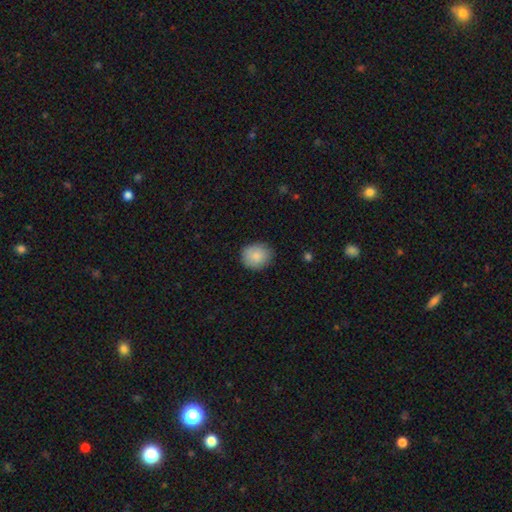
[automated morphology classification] This is clearly a smooth galaxy (86%). How rounded: likely round (70%). Merging: clearly none (83%).